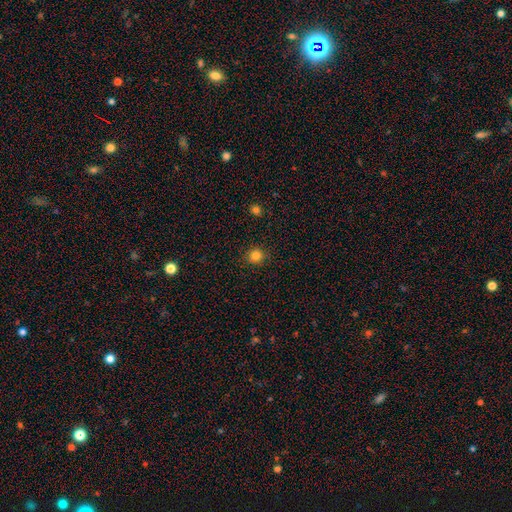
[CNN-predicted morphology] type=smooth (83%); roundness=round (92%); merging=none (91%).